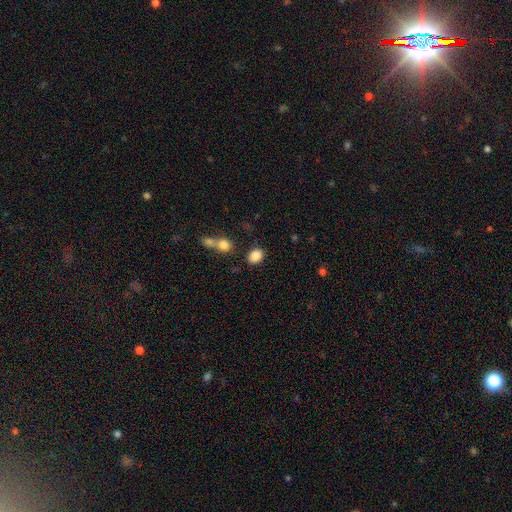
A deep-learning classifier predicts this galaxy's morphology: smooth_or_featured: smooth (p=0.86) [alt: star or artifact p=0.09]
how_rounded: in between (p=0.66) [alt: round p=0.33]
merging: none (p=0.77) [alt: minor disturbance p=0.11]